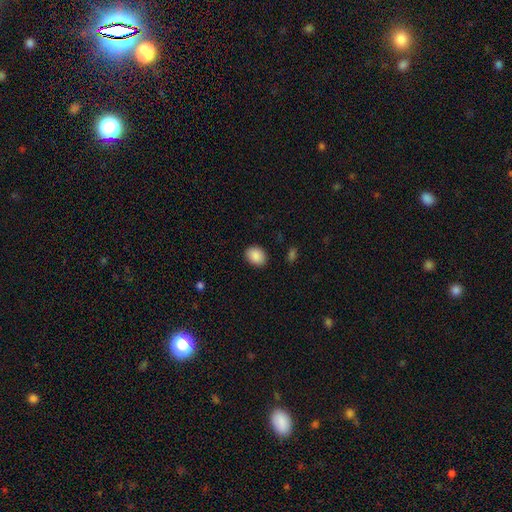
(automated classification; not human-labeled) Q: Smooth or featured?
A: smooth (89%); runner-up: star or artifact (8%)
Q: How rounded?
A: in between (60%); runner-up: round (39%)
Q: Merging?
A: none (88%); runner-up: minor disturbance (9%)